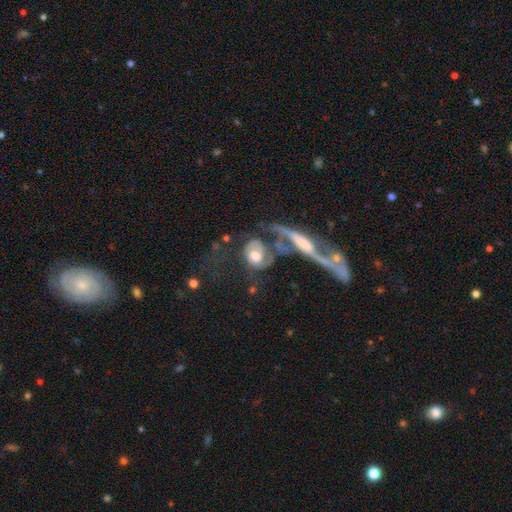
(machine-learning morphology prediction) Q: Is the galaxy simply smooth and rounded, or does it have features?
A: featured or disk — 58%.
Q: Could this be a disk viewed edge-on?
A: no — 89%.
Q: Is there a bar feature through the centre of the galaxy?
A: no — 70%.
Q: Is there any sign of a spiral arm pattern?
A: yes — 71%.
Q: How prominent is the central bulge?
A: moderate — 63%.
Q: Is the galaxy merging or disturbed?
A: merger — 49%.